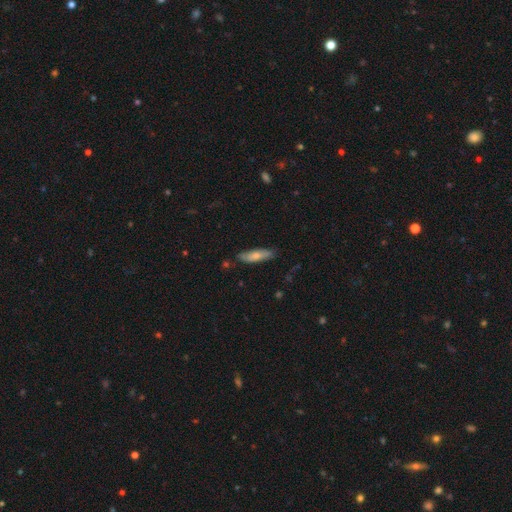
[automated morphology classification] Smooth or featured? Predicted: smooth (p=0.69). How rounded? Predicted: cigar-shaped (p=0.61). Merging? Predicted: none (p=0.78).